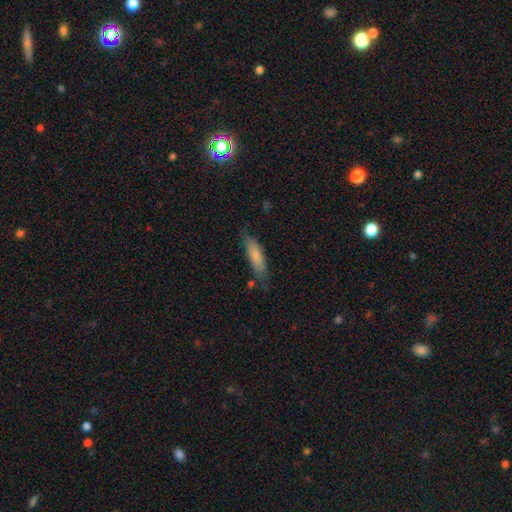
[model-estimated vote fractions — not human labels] A smooth galaxy with no disk features (78%) that is cigar-shaped (63%).

Vote fractions:
- Smooth or featured? smooth: 78% / featured or disk: 15% / star or artifact: 6%
- How rounded? cigar-shaped: 63% / in between: 35% / round: 2%
- Merging? none: 73% / minor disturbance: 20% / major disturbance: 4% / merger: 3%